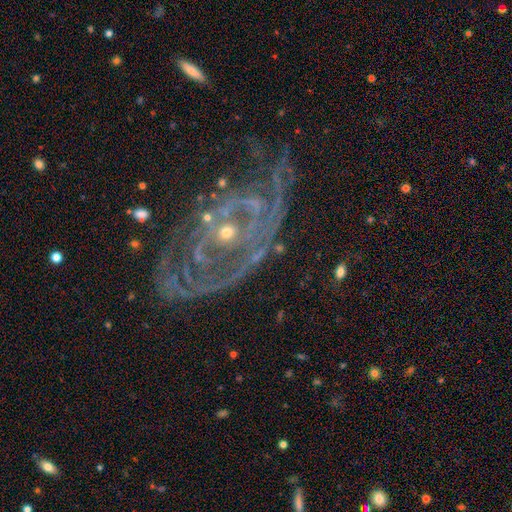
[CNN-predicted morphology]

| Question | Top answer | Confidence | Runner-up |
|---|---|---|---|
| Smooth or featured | featured or disk | 83% | star or artifact (10%) |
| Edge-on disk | no | 96% | yes (4%) |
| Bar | no | 71% | weak (20%) |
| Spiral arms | yes | 83% | no (17%) |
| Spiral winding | tight | 52% | medium (34%) |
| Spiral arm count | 2 | 34% | can't tell (31%) |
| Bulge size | small | 71% | moderate (23%) |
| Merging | none | 48% | major disturbance (24%) |